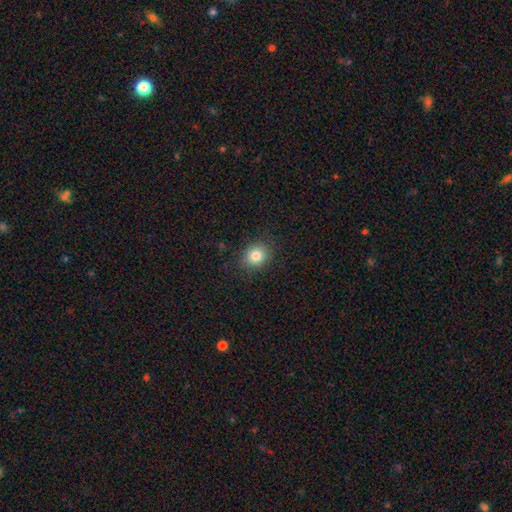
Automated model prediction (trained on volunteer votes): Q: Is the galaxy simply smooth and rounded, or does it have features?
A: smooth — 82%.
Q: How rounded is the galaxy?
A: round — 68%.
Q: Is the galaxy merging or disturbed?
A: none — 87%.